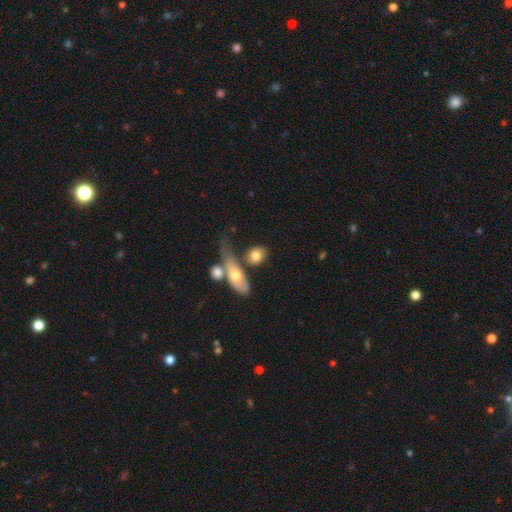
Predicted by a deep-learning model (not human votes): Smooth or featured? Predicted: smooth (p=0.75). How rounded? Predicted: in between (p=0.49). Merging? Predicted: none (p=0.47).